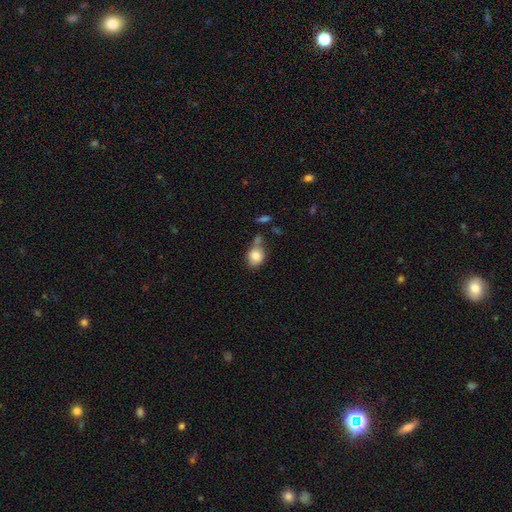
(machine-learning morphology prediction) Overall: smooth (80%). How rounded: round (49%, tied with in between). Merging: none (55%; merger 20%).